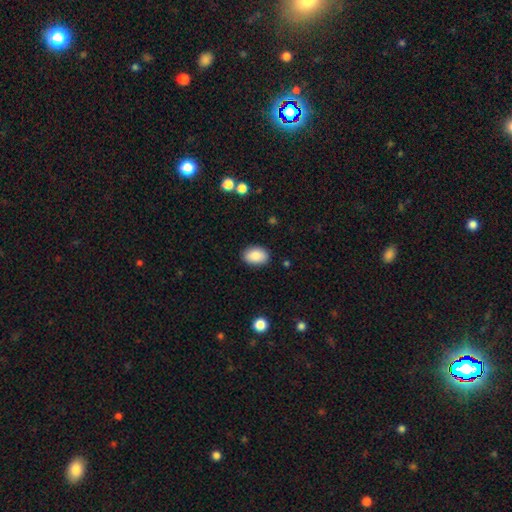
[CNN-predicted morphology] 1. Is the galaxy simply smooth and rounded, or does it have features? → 89% smooth, 7% star or artifact, 4% featured or disk.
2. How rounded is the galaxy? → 86% in between, 13% round, 1% cigar-shaped.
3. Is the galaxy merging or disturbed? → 87% none, 9% minor disturbance, 2% major disturbance, 1% merger.